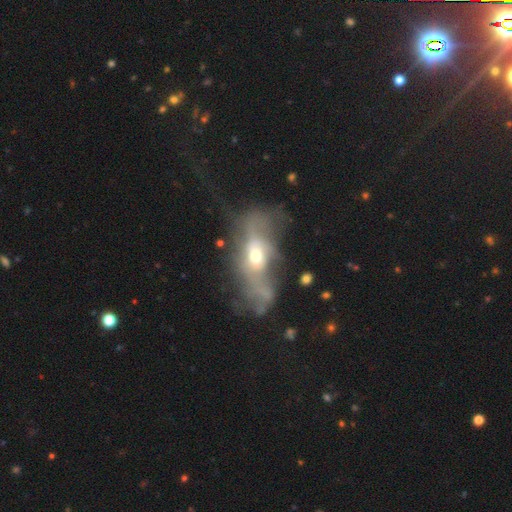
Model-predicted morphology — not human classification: smooth-or-featured: featured or disk: 59% | smooth: 31% | star or artifact: 11%
  disk-edge-on: no: 87% | yes: 13%
    bar: no: 74% | weak: 20% | strong: 7%
    has-spiral-arms: no: 71% | yes: 29%
    bulge-size: moderate: 63% | large: 17% | small: 15% | none: 2% | dominant: 2%
  merging: major disturbance: 51% | none: 23% | minor disturbance: 17% | merger: 9%